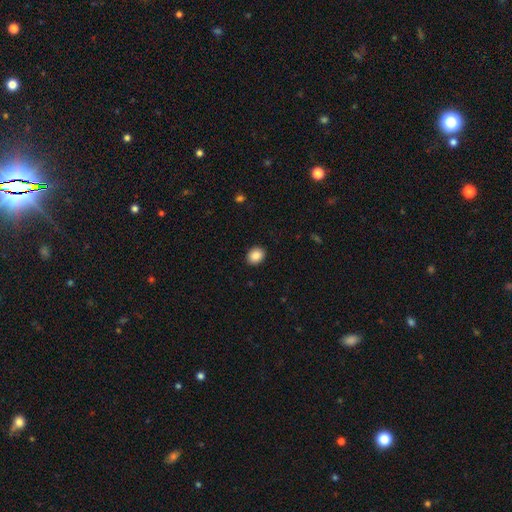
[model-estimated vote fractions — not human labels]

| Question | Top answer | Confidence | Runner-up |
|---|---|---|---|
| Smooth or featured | smooth | 88% | star or artifact (8%) |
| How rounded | in between | 51% | round (49%) |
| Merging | none | 91% | minor disturbance (6%) |